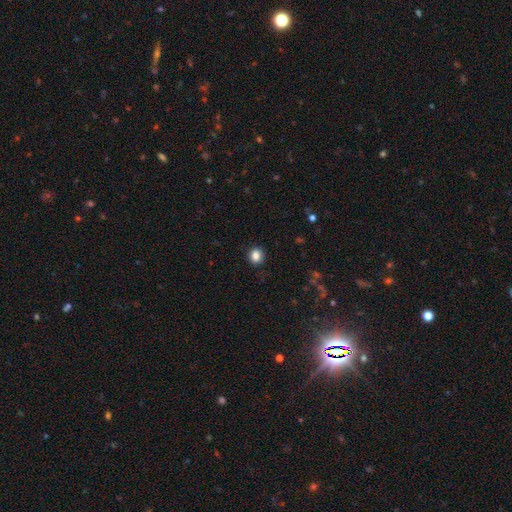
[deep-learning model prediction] A smooth galaxy with no disk features (85%) that is round (78%). Merging: none (89%).